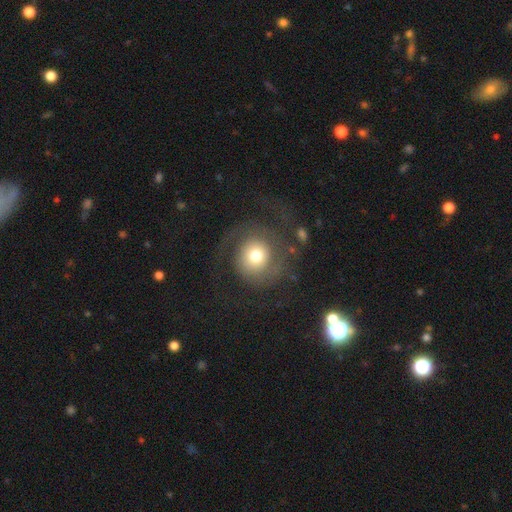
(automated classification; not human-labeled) featured or disk 46%, smooth 45%, star or artifact 9%. Down the decision tree: merging — none (55%).